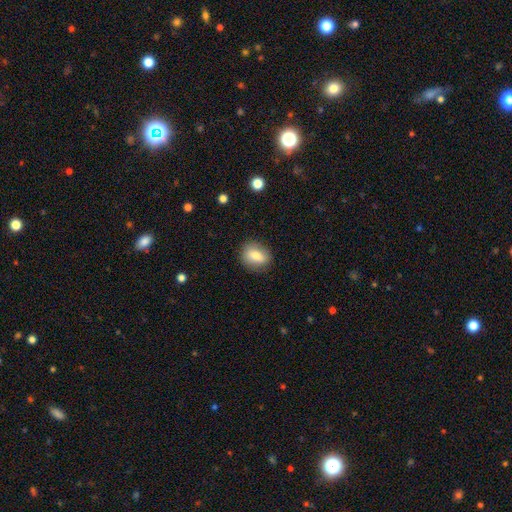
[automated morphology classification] smooth-or-featured: smooth: 75% | featured or disk: 17% | star or artifact: 8%
  how-rounded: in between: 52% | round: 46% | cigar-shaped: 2%
  merging: none: 85% | minor disturbance: 11% | major disturbance: 3% | merger: 1%